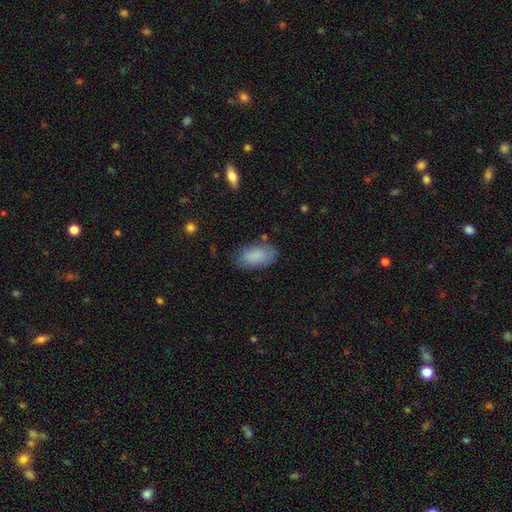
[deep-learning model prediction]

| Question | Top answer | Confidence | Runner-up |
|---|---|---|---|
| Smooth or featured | smooth | 86% | featured or disk (7%) |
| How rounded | in between | 93% | cigar-shaped (5%) |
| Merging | none | 78% | minor disturbance (16%) |